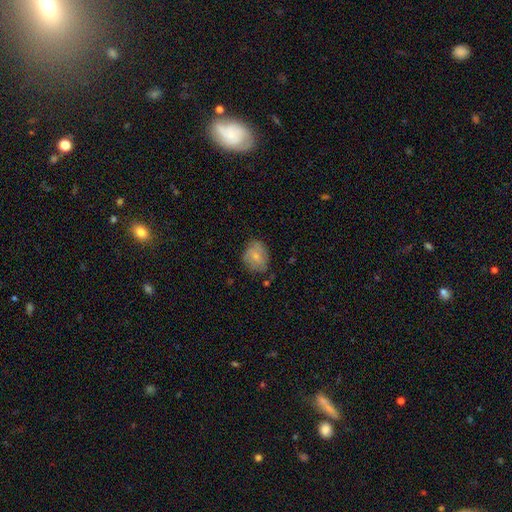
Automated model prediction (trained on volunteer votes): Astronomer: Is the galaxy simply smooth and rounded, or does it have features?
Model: smooth — 70%.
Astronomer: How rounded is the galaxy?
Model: in between — 57% (runner-up: round, 42%).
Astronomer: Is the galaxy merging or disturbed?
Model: none — 67%.